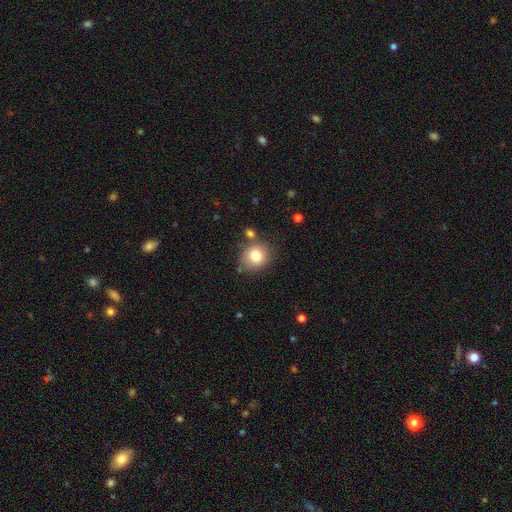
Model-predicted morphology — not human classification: Smooth or featured: smooth — 81% (star or artifact — 10%)
How rounded: round — 79% (in between — 20%)
Merging: none — 73% (minor disturbance — 14%)